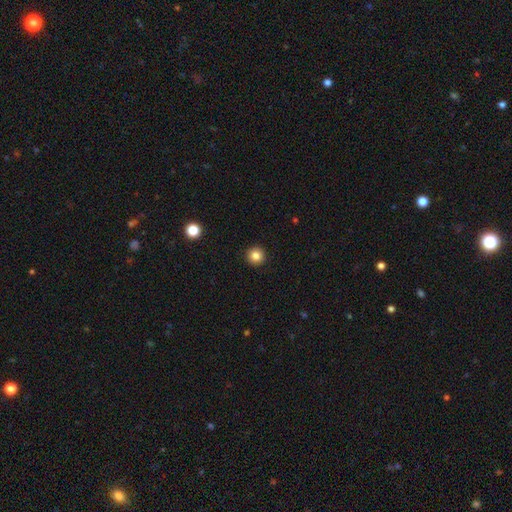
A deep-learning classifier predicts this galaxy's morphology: Smooth or featured?
  - smooth: 84% *
  - star or artifact: 11%
  - featured or disk: 5%
How rounded?
  - round: 96% *
  - in between: 3%
  - cigar-shaped: 1%
Merging?
  - none: 93% *
  - minor disturbance: 4%
  - major disturbance: 1%
  - merger: 1%